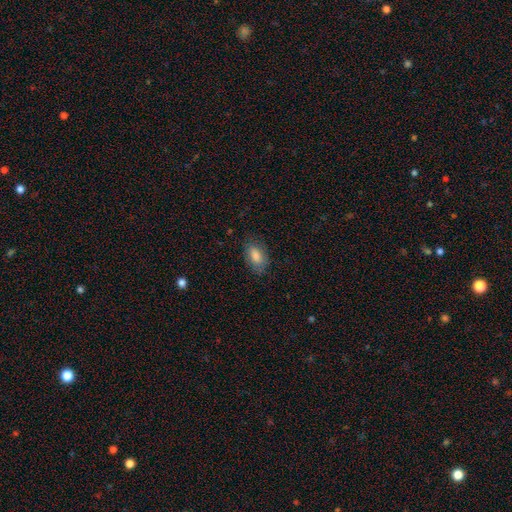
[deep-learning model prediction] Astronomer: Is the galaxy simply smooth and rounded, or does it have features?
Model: smooth — 83%.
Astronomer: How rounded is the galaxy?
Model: in between — 91%.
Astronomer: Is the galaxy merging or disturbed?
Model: none — 78%.